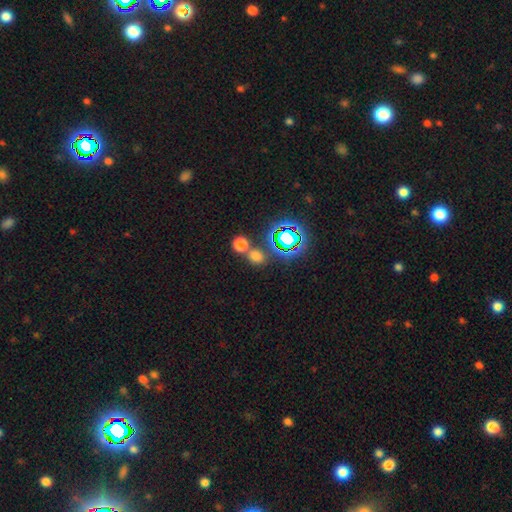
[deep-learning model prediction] A smooth galaxy with no disk features (66%) that is round (71%). Merging: none (62%).